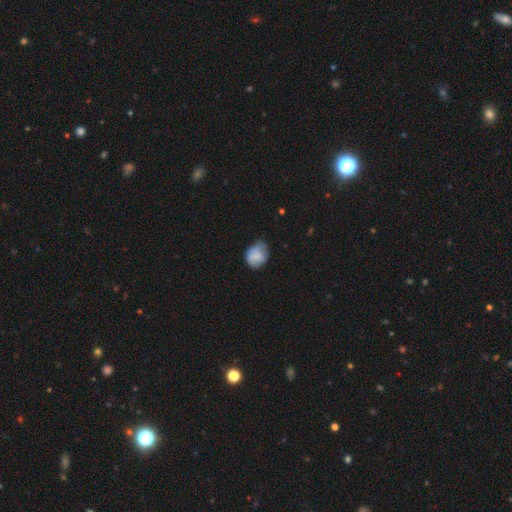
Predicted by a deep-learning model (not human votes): Smooth or featured? smooth (76%)
How rounded? round (52%)
Merging? none (49%)